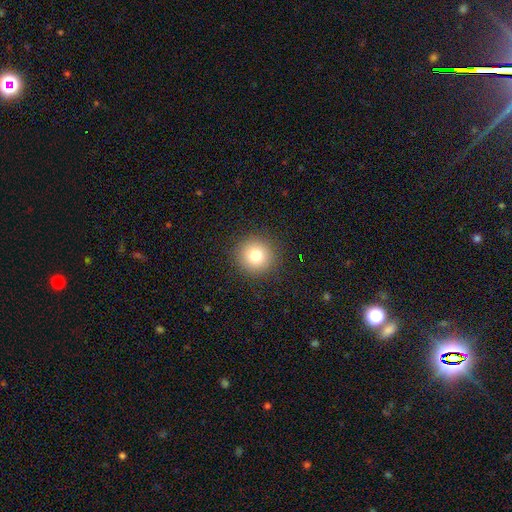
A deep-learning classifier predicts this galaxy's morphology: Smooth or featured: smooth — 79% (star or artifact — 12%)
How rounded: round — 94% (in between — 5%)
Merging: none — 91% (minor disturbance — 6%)